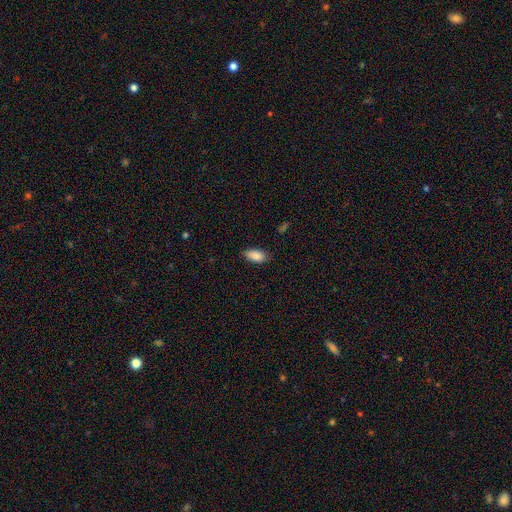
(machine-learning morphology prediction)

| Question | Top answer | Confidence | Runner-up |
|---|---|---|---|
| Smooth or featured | smooth | 88% | star or artifact (7%) |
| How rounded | in between | 92% | cigar-shaped (5%) |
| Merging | none | 80% | minor disturbance (16%) |